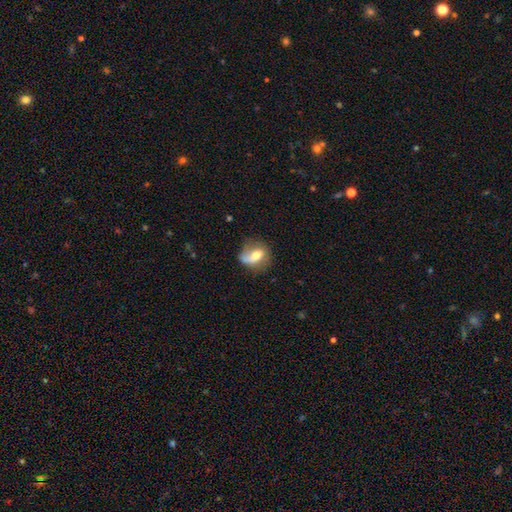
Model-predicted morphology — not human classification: This is possibly a featured or disk galaxy (49%). Merging: possibly none (51%).